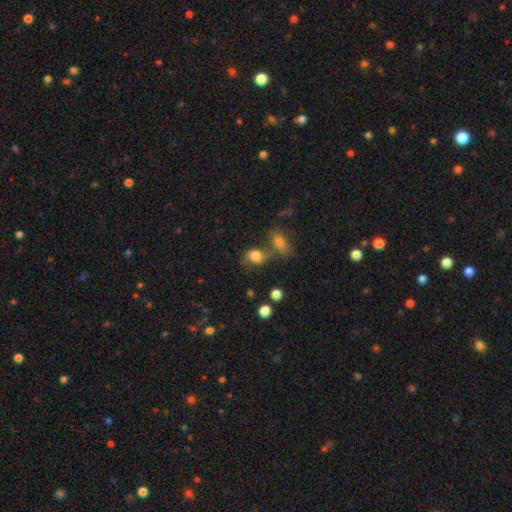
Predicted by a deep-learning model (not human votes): A smooth galaxy with no disk features (54%) that is in between round and cigar-shaped (51%). Merging: none (40%).